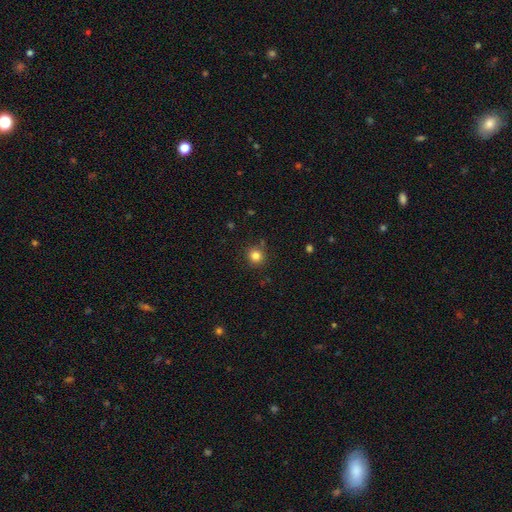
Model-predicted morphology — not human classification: Smooth or featured? Predicted: smooth (p=0.82). How rounded? Predicted: round (p=0.93). Merging? Predicted: none (p=0.87).